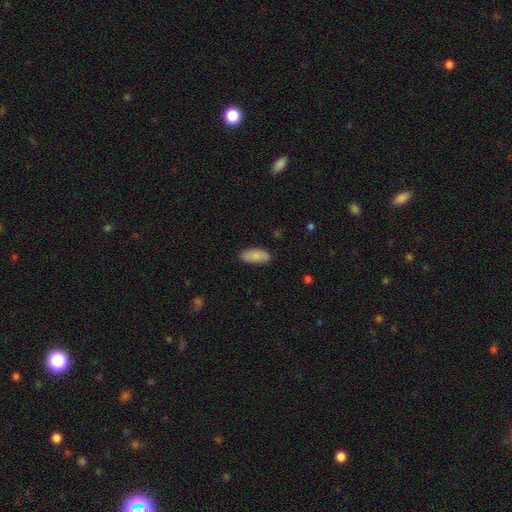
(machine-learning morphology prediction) smooth-or-featured: smooth: 84% | featured or disk: 10% | star or artifact: 6%
  how-rounded: in between: 88% | cigar-shaped: 10% | round: 2%
  merging: none: 85% | minor disturbance: 12% | major disturbance: 2% | merger: 1%